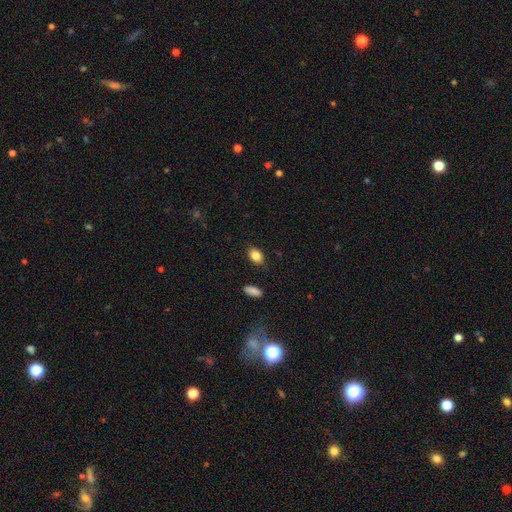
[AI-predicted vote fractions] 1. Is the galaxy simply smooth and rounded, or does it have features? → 85% smooth, 9% star or artifact, 6% featured or disk.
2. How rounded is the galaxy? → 80% in between, 19% round, 2% cigar-shaped.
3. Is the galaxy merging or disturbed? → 86% none, 10% minor disturbance, 2% major disturbance, 2% merger.